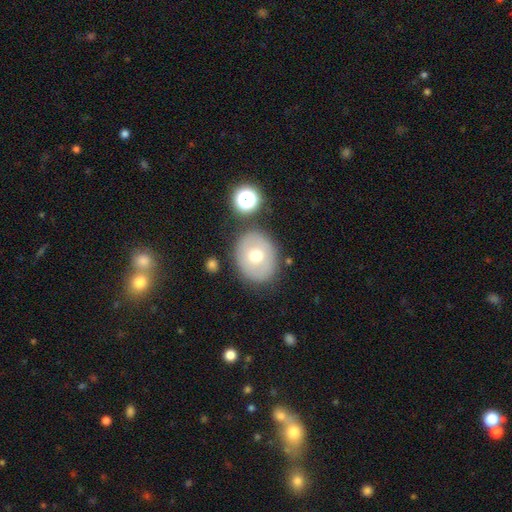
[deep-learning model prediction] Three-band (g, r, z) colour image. It shows a smooth galaxy with no disk features (62%) that is round (57%). Merging: none (78%).